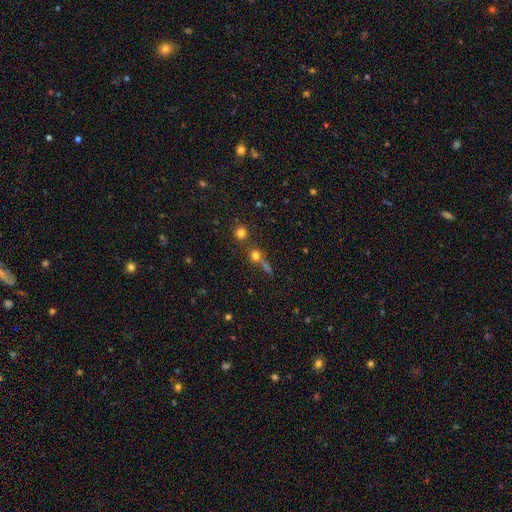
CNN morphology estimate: The model was most divided on "merging": none: 57%, merger: 28%, minor disturbance: 8%, major disturbance: 6%. More confident: how rounded — round (84%); smooth or featured — smooth (66%).